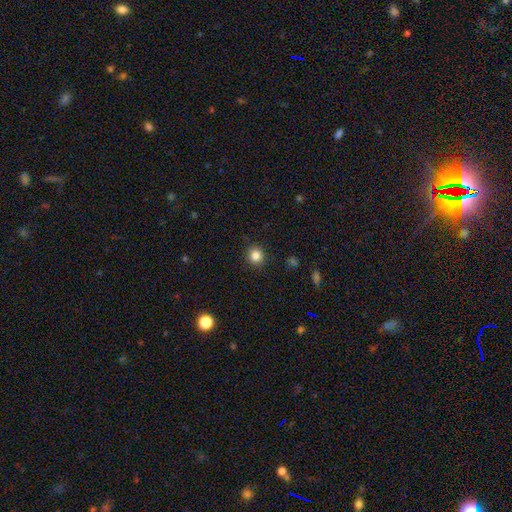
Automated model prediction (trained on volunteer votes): Smooth or featured? smooth (84%)
How rounded? round (92%)
Merging? none (90%)